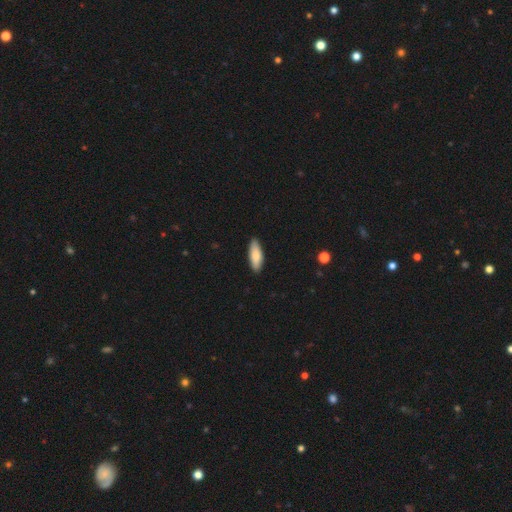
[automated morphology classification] smooth 83%, featured or disk 12%, star or artifact 5%. Down the decision tree: how rounded — in between (67%); merging — none (89%).